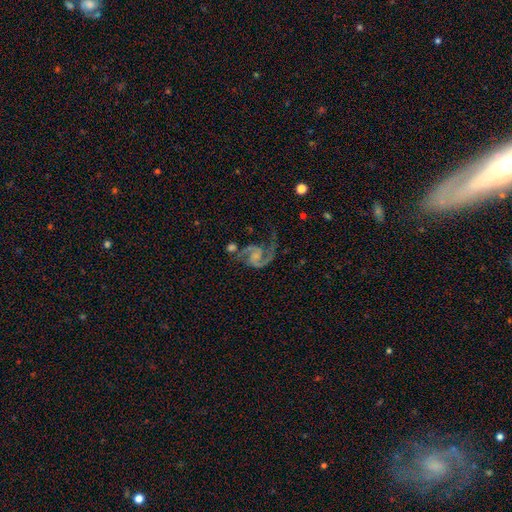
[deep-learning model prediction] smooth-or-featured: featured or disk: 90% | star or artifact: 5% | smooth: 5%
  disk-edge-on: no: 98% | yes: 2%
    bar: no: 58% | weak: 34% | strong: 8%
    has-spiral-arms: yes: 97% | no: 3%
      spiral-winding: medium: 55% | loose: 31% | tight: 14%
      spiral-arm-count: 2: 89% | 1: 5% | can't tell: 2% | 3: 2% | 4: 1% | more than 4: 1%
    bulge-size: small: 40% | none: 35% | moderate: 20% | large: 4% | dominant: 1%
  merging: none: 51% | major disturbance: 21% | minor disturbance: 19% | merger: 8%